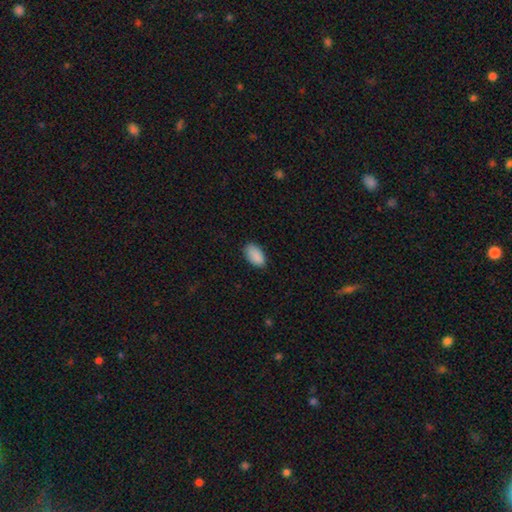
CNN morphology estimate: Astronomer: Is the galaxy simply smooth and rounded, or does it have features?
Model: smooth — 90%.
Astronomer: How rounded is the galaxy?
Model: in between — 94%.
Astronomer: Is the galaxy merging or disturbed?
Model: none — 83%.